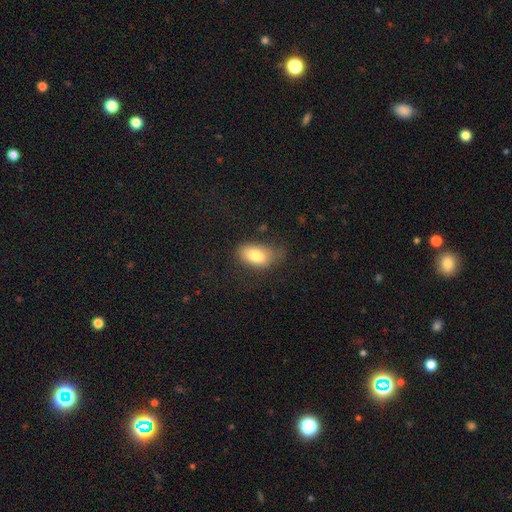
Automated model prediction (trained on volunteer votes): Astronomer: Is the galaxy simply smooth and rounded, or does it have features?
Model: smooth — 79%.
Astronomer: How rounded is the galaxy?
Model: in between — 90%.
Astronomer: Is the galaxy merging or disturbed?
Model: none — 55% (runner-up: minor disturbance, 31%).